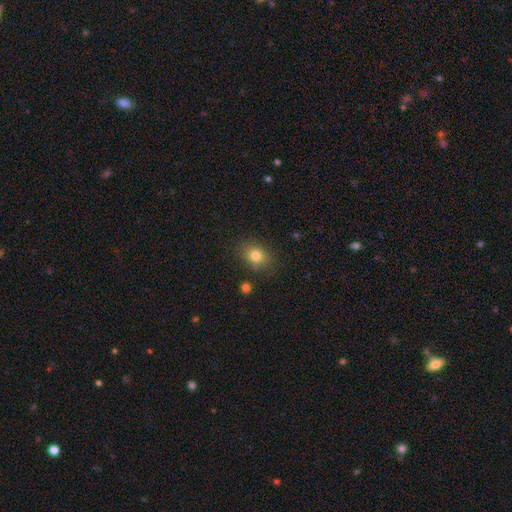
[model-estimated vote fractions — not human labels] Q: Smooth or featured?
A: smooth (80%); runner-up: star or artifact (12%)
Q: How rounded?
A: round (50%); runner-up: in between (49%)
Q: Merging?
A: none (81%); runner-up: minor disturbance (13%)